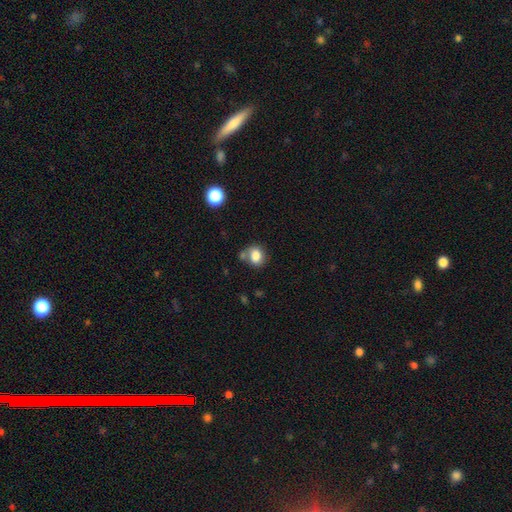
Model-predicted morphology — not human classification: Overall: smooth (81%). How rounded: round (59%; in between 41%). Merging: none (52%; merger 21%).